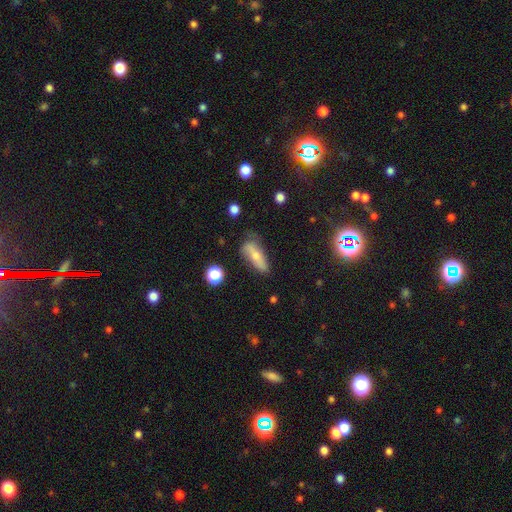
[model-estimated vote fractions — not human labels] smooth-or-featured: smooth: 59% | featured or disk: 33% | star or artifact: 9%
  how-rounded: in between: 60% | cigar-shaped: 37% | round: 4%
  merging: none: 49% | minor disturbance: 32% | major disturbance: 15% | merger: 4%